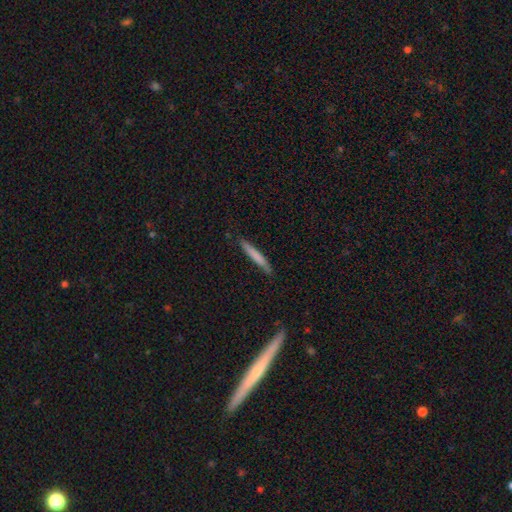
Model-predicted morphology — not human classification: A smooth galaxy with no disk features (73%) that is cigar-shaped (95%).

Vote fractions:
- Smooth or featured? smooth: 73% / featured or disk: 22% / star or artifact: 6%
- How rounded? cigar-shaped: 95% / in between: 3% / round: 1%
- Merging? none: 83% / minor disturbance: 14% / major disturbance: 2% / merger: 2%